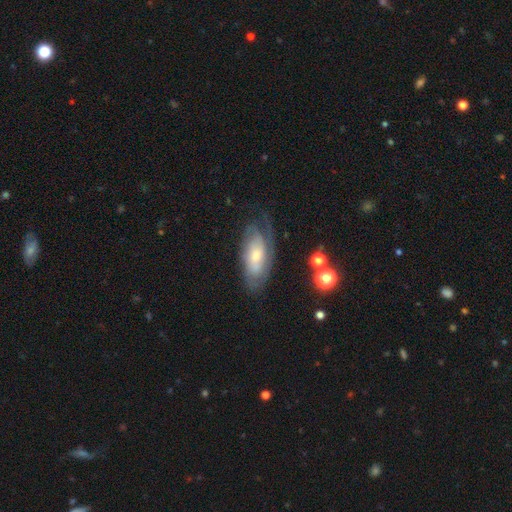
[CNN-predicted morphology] A featured or disk galaxy (69%) with no bar (70%), tight (61%) spiral arms (86%) and a small central bulge (47%). Merging: none (63%).